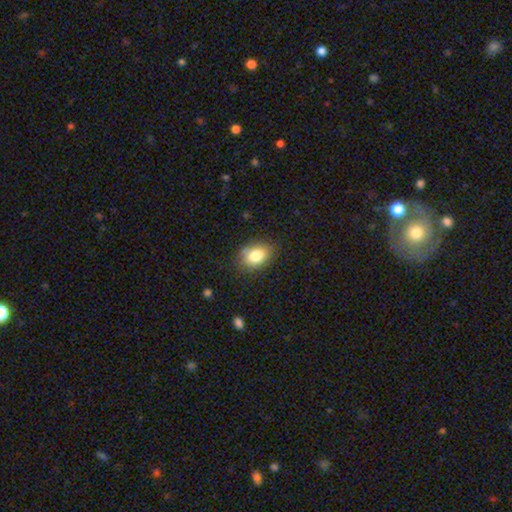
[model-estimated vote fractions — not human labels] Overall: smooth (81%). How rounded: in between (71%). Merging: none (78%).